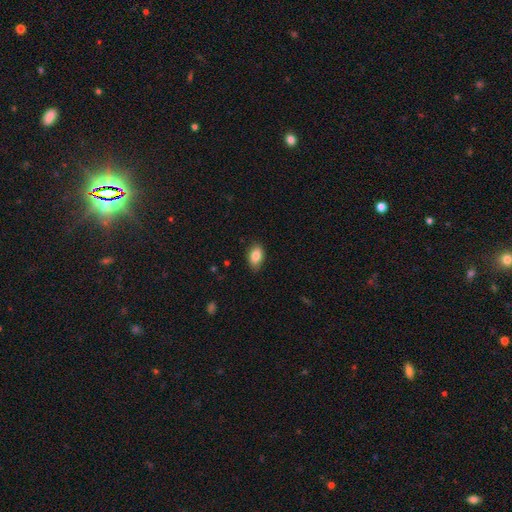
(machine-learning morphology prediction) smooth_or_featured: smooth (p=0.85) [alt: star or artifact p=0.08]
how_rounded: in between (p=0.90) [alt: round p=0.08]
merging: none (p=0.83) [alt: minor disturbance p=0.13]